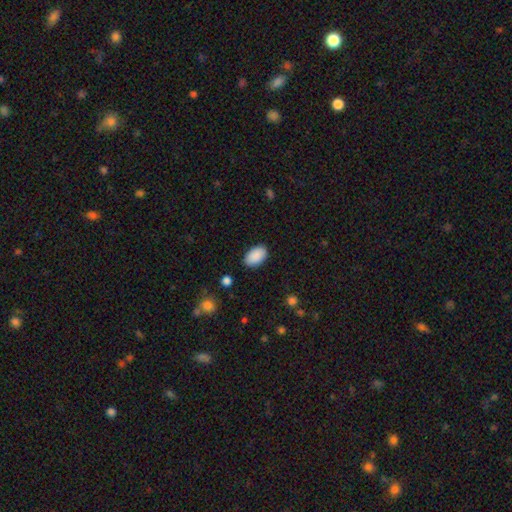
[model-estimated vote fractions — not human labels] Q: Smooth or featured?
A: smooth (90%); runner-up: star or artifact (7%)
Q: How rounded?
A: in between (93%); runner-up: round (5%)
Q: Merging?
A: none (87%); runner-up: minor disturbance (9%)